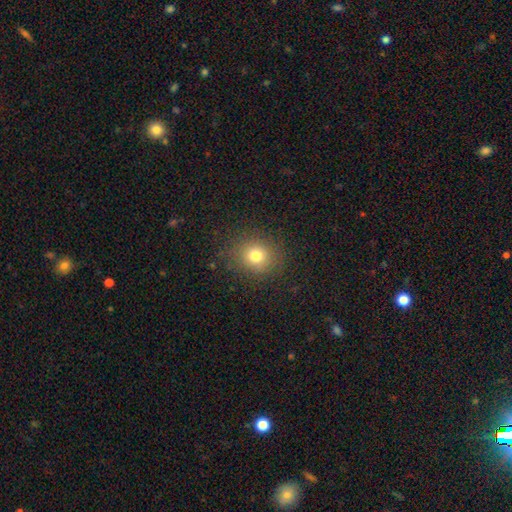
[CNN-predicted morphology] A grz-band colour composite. It shows a smooth galaxy with no disk features (76%) that is round (81%). Merging: none (87%).